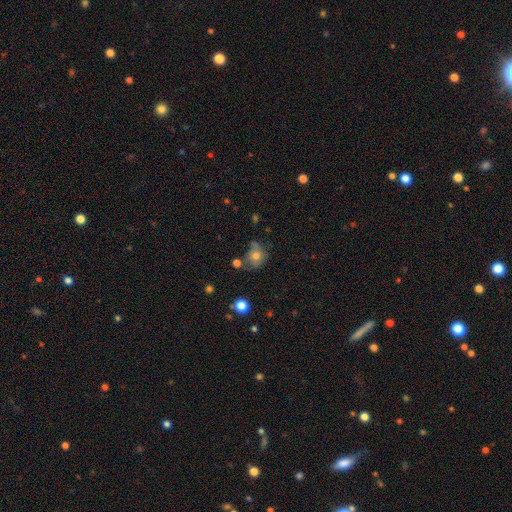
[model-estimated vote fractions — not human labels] Morphology: type=smooth (62%); roundness=round (67%); merging=none (47%).